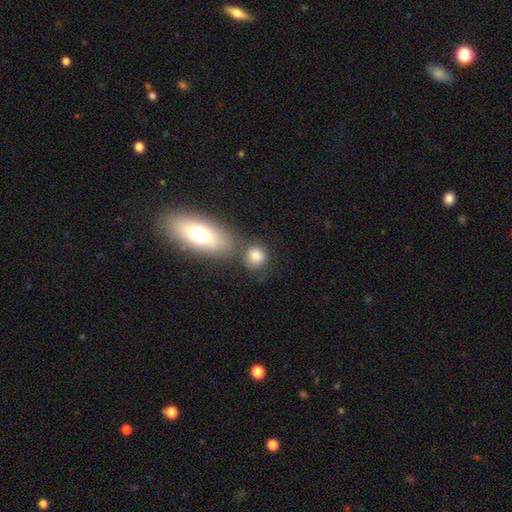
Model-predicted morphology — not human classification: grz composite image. It shows a smooth galaxy with no disk features (80%) that is round (77%). Merging: none (59%).